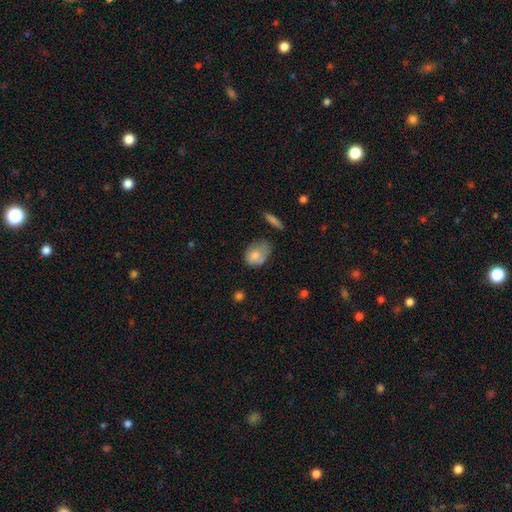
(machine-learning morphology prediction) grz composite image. It shows a smooth galaxy with no disk features (74%) that is in between round and cigar-shaped (73%). Merging: none (39%).